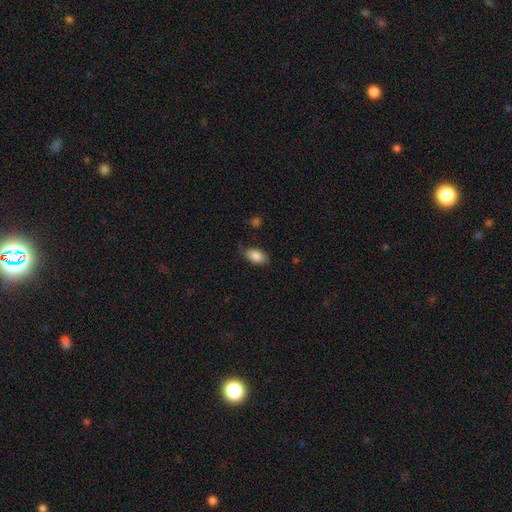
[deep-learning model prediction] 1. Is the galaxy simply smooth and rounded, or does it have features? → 85% smooth, 7% star or artifact, 7% featured or disk.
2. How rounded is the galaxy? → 92% in between, 6% round, 2% cigar-shaped.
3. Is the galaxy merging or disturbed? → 72% none, 21% minor disturbance, 5% major disturbance, 2% merger.